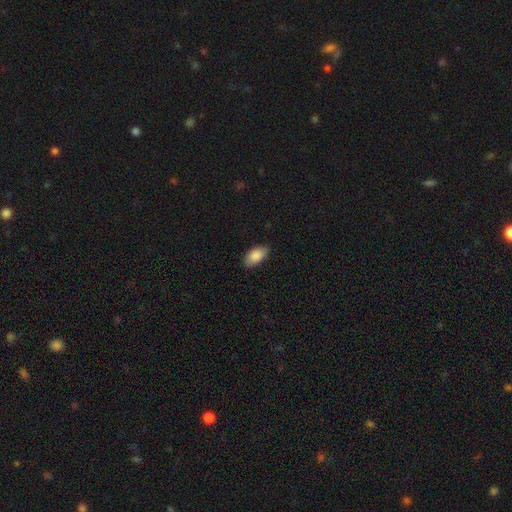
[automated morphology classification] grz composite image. It shows a smooth galaxy with no disk features (87%) that is in between round and cigar-shaped (93%). Merging: none (85%).